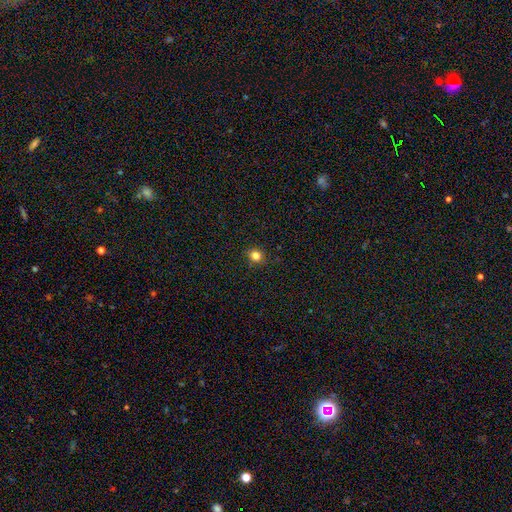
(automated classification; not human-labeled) The model was most divided on "smooth or featured": smooth: 81%, star or artifact: 14%, featured or disk: 5%. More confident: merging — none (89%); how rounded — round (85%).